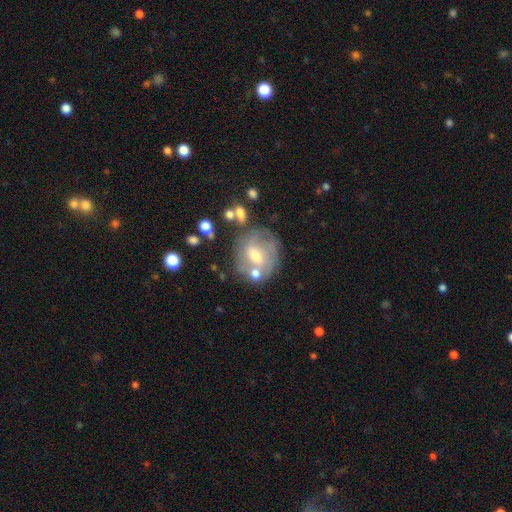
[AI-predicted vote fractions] Smooth or featured? Predicted: featured or disk (p=0.58). Edge-on disk? Predicted: no (p=0.96). Bar? Predicted: weak (p=0.45). Spiral arms? Predicted: yes (p=0.58). Bulge size? Predicted: moderate (p=0.57). Merging? Predicted: none (p=0.56).